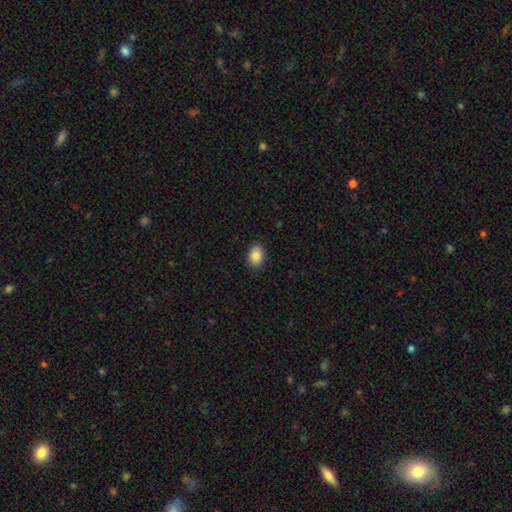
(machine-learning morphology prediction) Overall: smooth (86%). How rounded: in between (76%). Merging: none (89%).